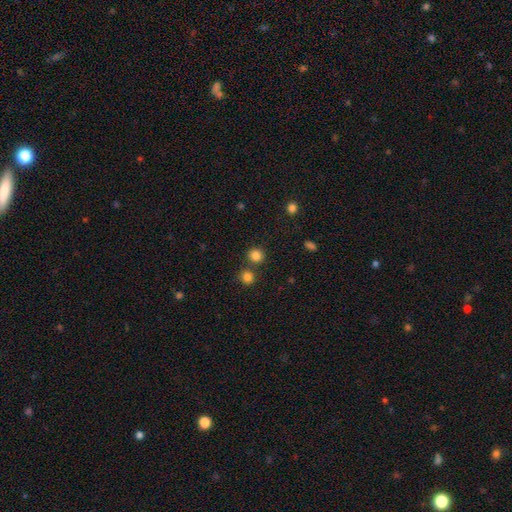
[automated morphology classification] smooth 82%, star or artifact 14%, featured or disk 4%. Down the decision tree: how rounded — round (89%); merging — none (75%).